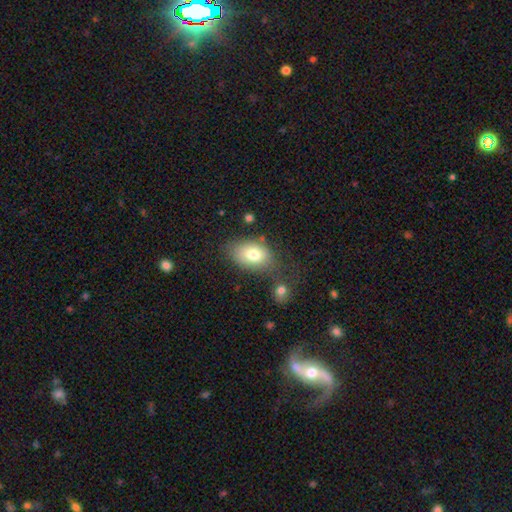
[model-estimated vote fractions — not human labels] The model was most divided on "merging": none: 65%, minor disturbance: 19%, merger: 10%, major disturbance: 6%. More confident: how rounded — in between (86%); smooth or featured — smooth (77%).